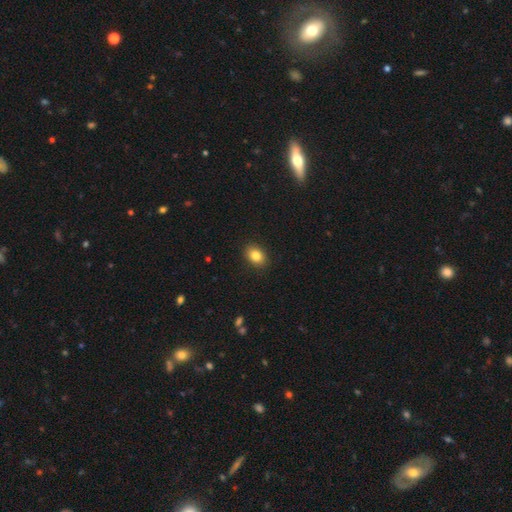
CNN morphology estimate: Smooth or featured? Predicted: smooth (p=0.84). How rounded? Predicted: in between (p=0.71). Merging? Predicted: none (p=0.90).